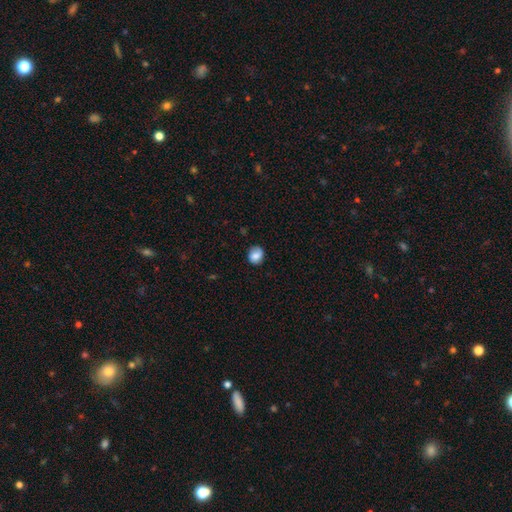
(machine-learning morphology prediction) A smooth galaxy with no disk features (80%) that is round (73%). Merging: none (79%).